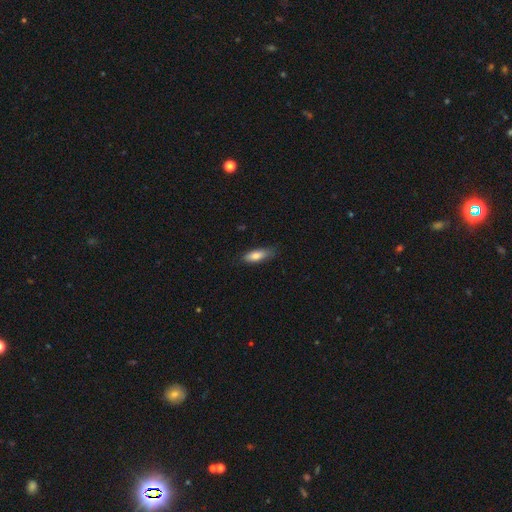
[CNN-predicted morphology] smooth-or-featured: smooth: 81% | featured or disk: 13% | star or artifact: 6%
  how-rounded: in between: 62% | cigar-shaped: 36% | round: 2%
  merging: none: 74% | minor disturbance: 21% | major disturbance: 4% | merger: 1%